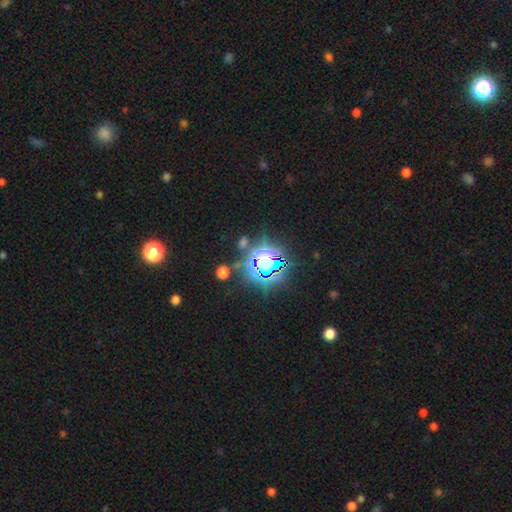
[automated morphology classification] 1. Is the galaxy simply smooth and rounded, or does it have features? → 85% star or artifact, 9% smooth, 6% featured or disk.